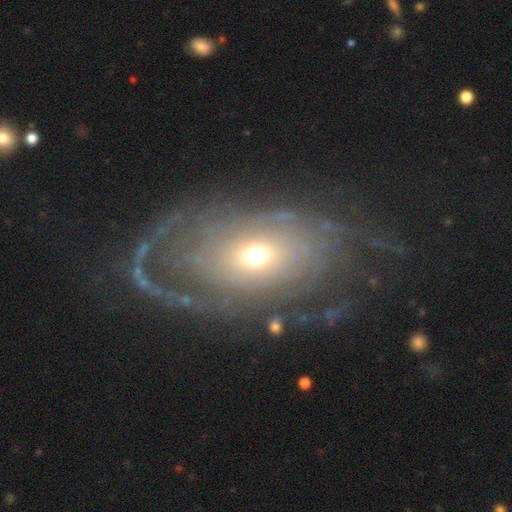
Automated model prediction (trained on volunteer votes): The model was most divided on "smooth or featured": featured or disk: 51%, smooth: 35%, star or artifact: 13%. More confident: edge-on disk — no (91%); merging — none (56%).